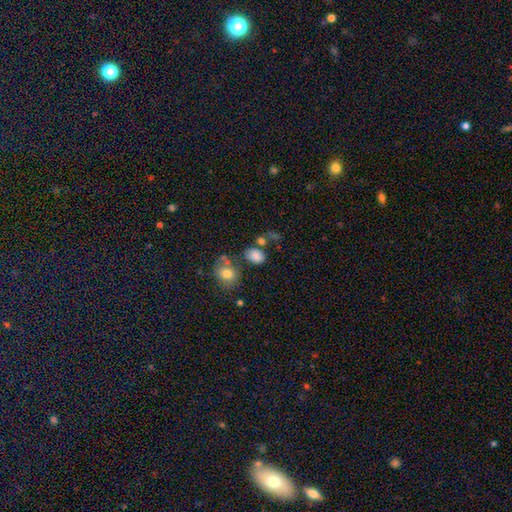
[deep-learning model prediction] This appears to be a smooth galaxy with no disk features (81%) that is in between round and cigar-shaped (72%). Merging: none (57%).